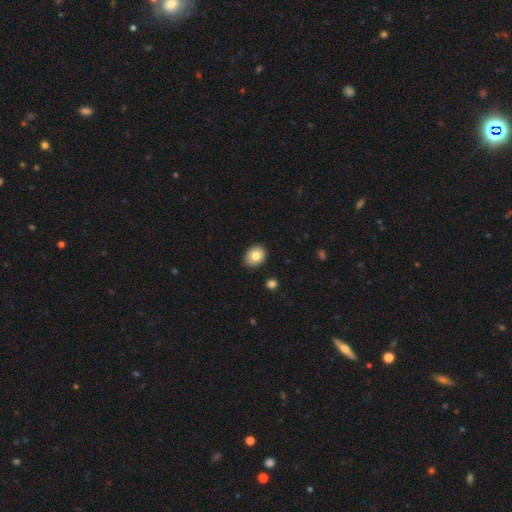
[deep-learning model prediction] smooth_or_featured: smooth (p=0.79) [alt: featured or disk p=0.12]
how_rounded: in between (p=0.54) [alt: round p=0.45]
merging: none (p=0.87) [alt: minor disturbance p=0.10]